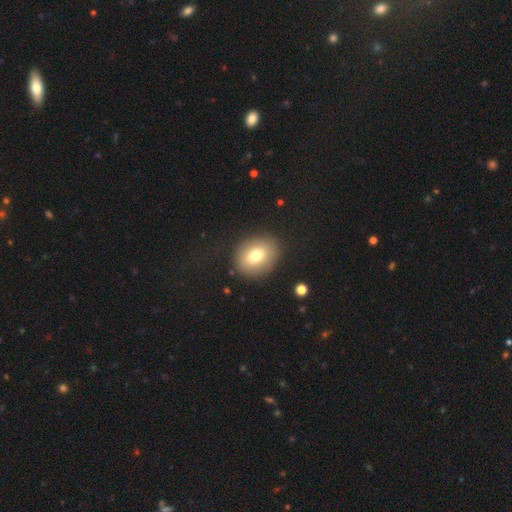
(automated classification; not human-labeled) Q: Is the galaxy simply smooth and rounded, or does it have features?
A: smooth — 74%.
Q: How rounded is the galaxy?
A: in between — 55%.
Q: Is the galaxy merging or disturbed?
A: none — 86%.